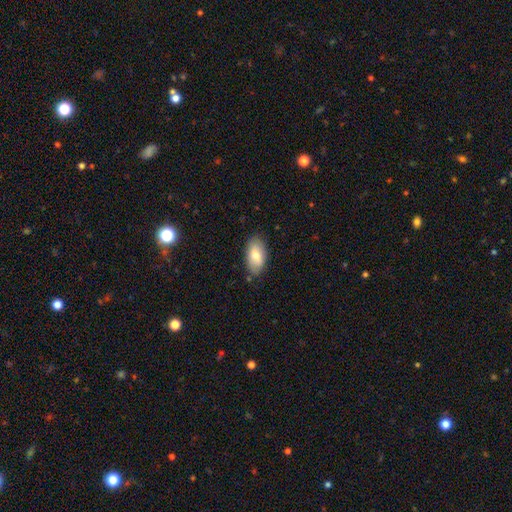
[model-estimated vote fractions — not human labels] A smooth galaxy with no disk features (76%) that is in between round and cigar-shaped (94%).

Vote fractions:
- Smooth or featured? smooth: 76% / featured or disk: 17% / star or artifact: 6%
- How rounded? in between: 94% / round: 4% / cigar-shaped: 2%
- Merging? none: 82% / minor disturbance: 14% / major disturbance: 3% / merger: 2%